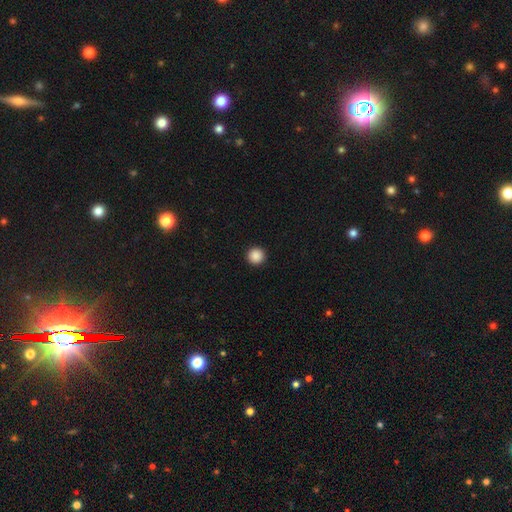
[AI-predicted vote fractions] This is clearly a smooth galaxy (89%). How rounded: clearly round (95%). Merging: clearly none (94%).